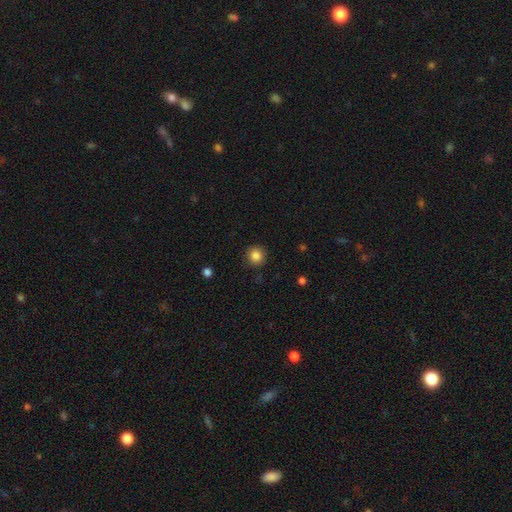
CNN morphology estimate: smooth_or_featured: smooth (p=0.85) [alt: star or artifact p=0.11]
how_rounded: round (p=0.93) [alt: in between p=0.06]
merging: none (p=0.88) [alt: minor disturbance p=0.08]